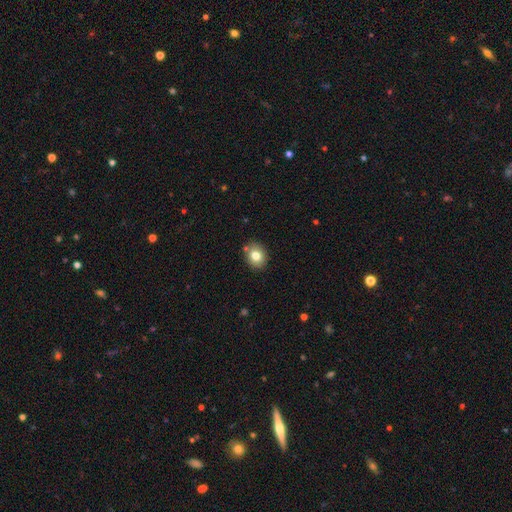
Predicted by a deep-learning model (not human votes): Morphology: type=smooth (79%); roundness=round (56%); merging=none (82%).